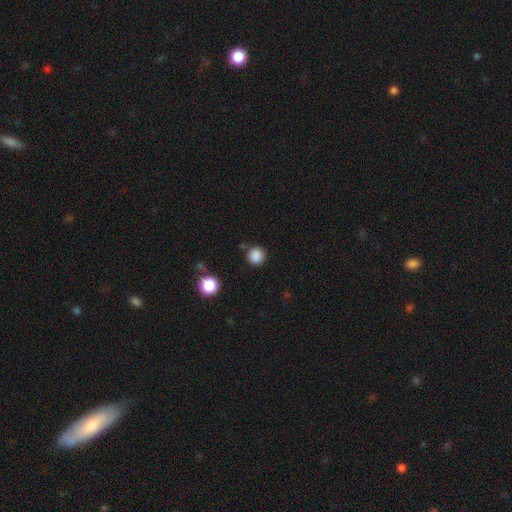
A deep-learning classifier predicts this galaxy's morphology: The model was most divided on "smooth or featured": smooth: 86%, star or artifact: 11%, featured or disk: 3%. More confident: how rounded — round (94%); merging — none (86%).